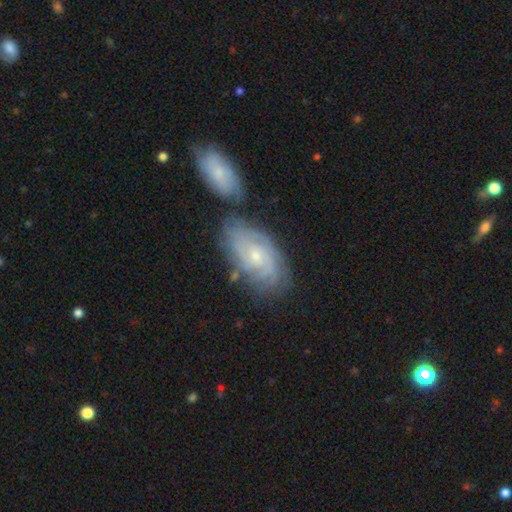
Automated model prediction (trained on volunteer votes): Smooth or featured? Predicted: featured or disk (p=0.77). Edge-on disk? Predicted: no (p=0.95). Bar? Predicted: no (p=0.70). Spiral arms? Predicted: yes (p=0.93). Spiral winding? Predicted: tight (p=0.70). Spiral arm count? Predicted: can't tell (p=0.41). Bulge size? Predicted: small (p=0.66). Merging? Predicted: none (p=0.57).